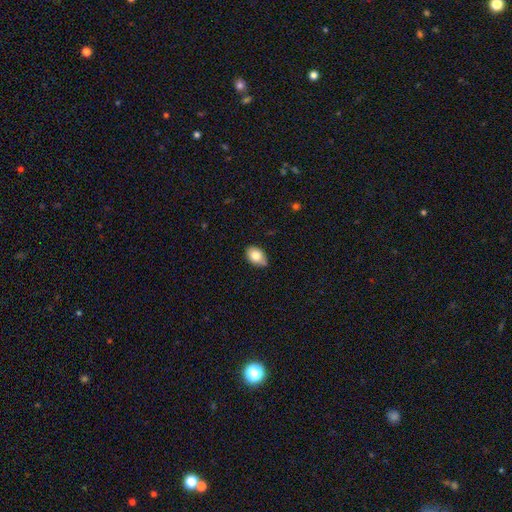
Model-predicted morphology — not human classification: A smooth galaxy with no disk features (80%) that is in between round and cigar-shaped (82%).

Vote fractions:
- Smooth or featured? smooth: 80% / featured or disk: 11% / star or artifact: 8%
- How rounded? in between: 82% / round: 16% / cigar-shaped: 1%
- Merging? none: 73% / minor disturbance: 22% / major disturbance: 3% / merger: 2%